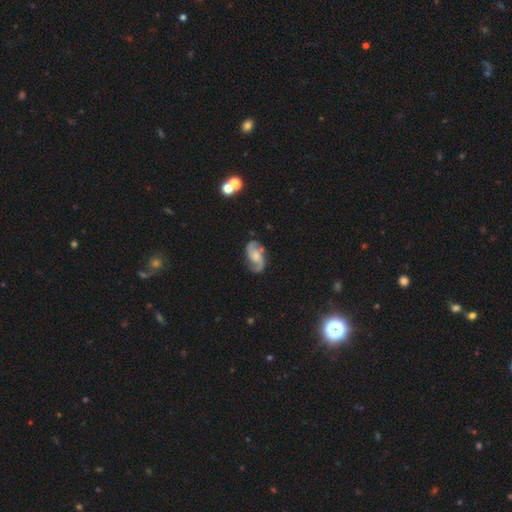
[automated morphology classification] Q: Smooth or featured?
A: featured or disk (83%); runner-up: smooth (11%)
Q: Edge-on disk?
A: no (97%); runner-up: yes (3%)
Q: Bar?
A: no (56%); runner-up: weak (36%)
Q: Spiral arms?
A: yes (97%); runner-up: no (3%)
Q: Spiral winding?
A: medium (50%); runner-up: loose (31%)
Q: Spiral arm count?
A: 2 (91%); runner-up: can't tell (3%)
Q: Bulge size?
A: moderate (34%); runner-up: small (30%)
Q: Merging?
A: none (76%); runner-up: minor disturbance (16%)